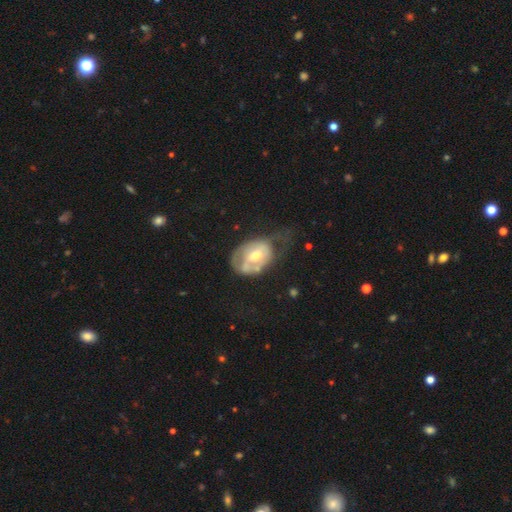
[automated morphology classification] type=featured or disk (60%); edge-on=no (95%); bar=no (59%); spiral arms=yes (52%); bulge=moderate (63%); merging=major disturbance (38%).